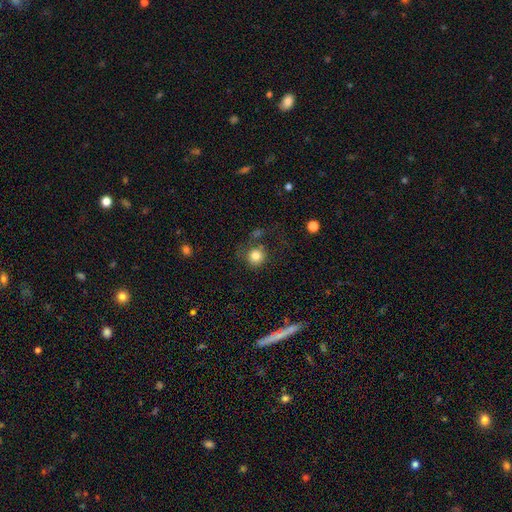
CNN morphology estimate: Overall: smooth (82%). How rounded: round (91%). Merging: none (65%).